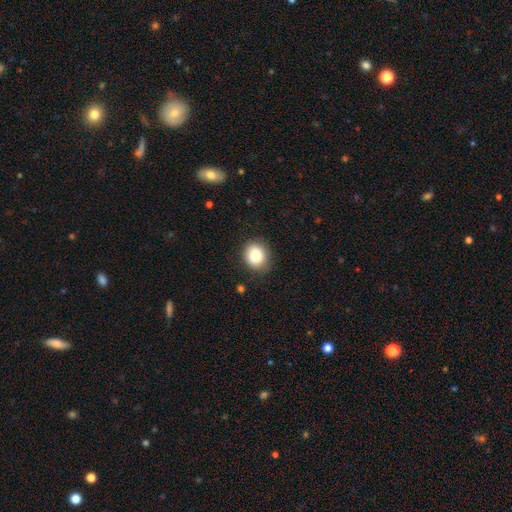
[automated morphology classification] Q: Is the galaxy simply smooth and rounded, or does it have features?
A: smooth — 83%.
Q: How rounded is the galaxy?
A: round — 71%.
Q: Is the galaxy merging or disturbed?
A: none — 84%.